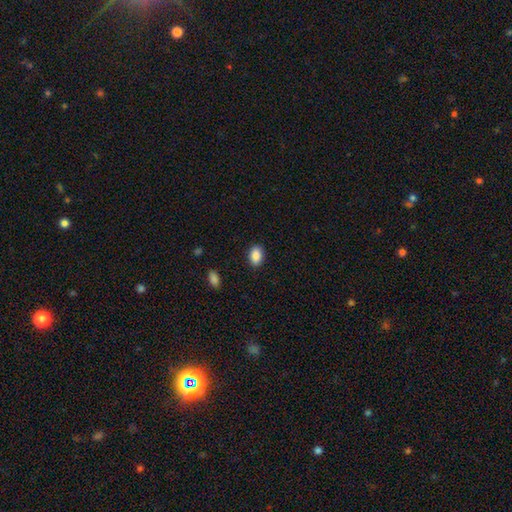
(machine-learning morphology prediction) Q: Smooth or featured?
A: smooth (87%); runner-up: star or artifact (8%)
Q: How rounded?
A: in between (86%); runner-up: round (13%)
Q: Merging?
A: none (89%); runner-up: minor disturbance (8%)